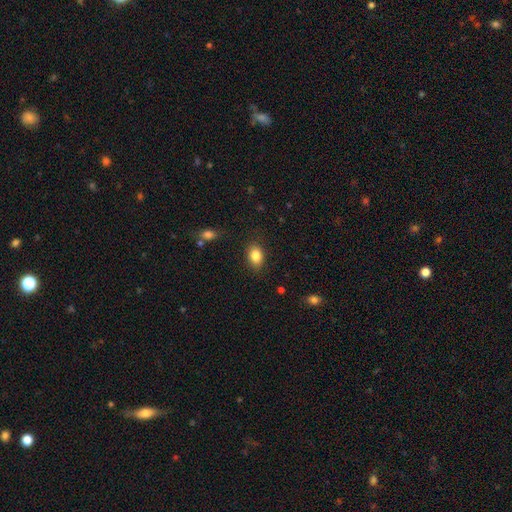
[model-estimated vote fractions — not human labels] A smooth galaxy with no disk features (85%) that is in between round and cigar-shaped (78%). Merging: none (85%).